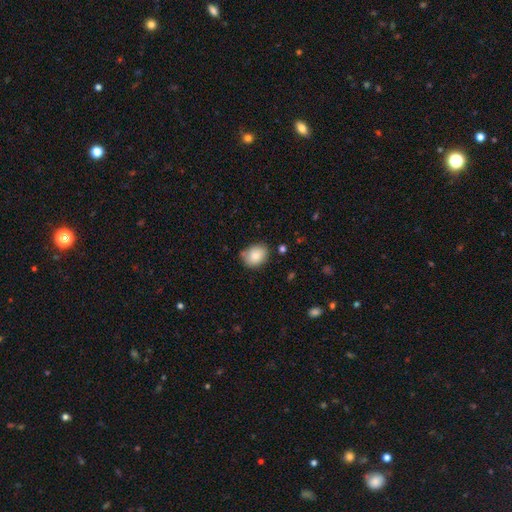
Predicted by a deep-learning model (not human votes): Smooth or featured?
  - smooth: 82% *
  - featured or disk: 10%
  - star or artifact: 8%
How rounded?
  - in between: 53% *
  - round: 46%
  - cigar-shaped: 1%
Merging?
  - none: 74% *
  - minor disturbance: 18%
  - merger: 5%
  - major disturbance: 3%